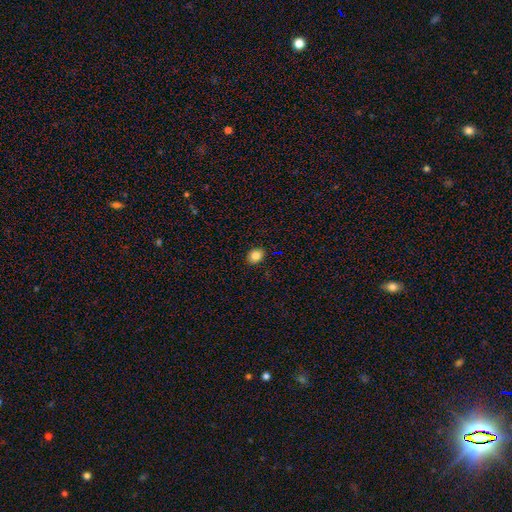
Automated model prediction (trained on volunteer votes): This appears to be a smooth galaxy with no disk features (83%) that is round (52%). Merging: none (90%).